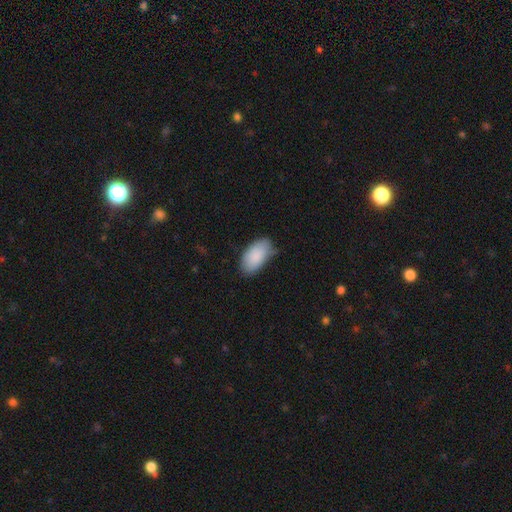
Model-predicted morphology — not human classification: This appears to be a smooth galaxy with no disk features (88%) that is in between round and cigar-shaped (95%). Merging: none (67%).